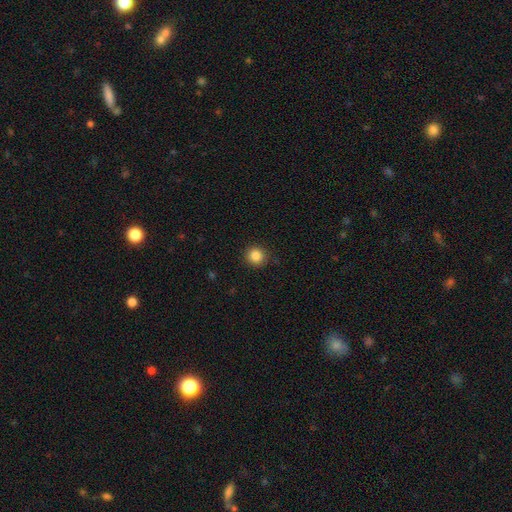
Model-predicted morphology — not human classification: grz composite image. It shows a smooth galaxy with no disk features (85%) that is round (93%). Merging: none (91%).